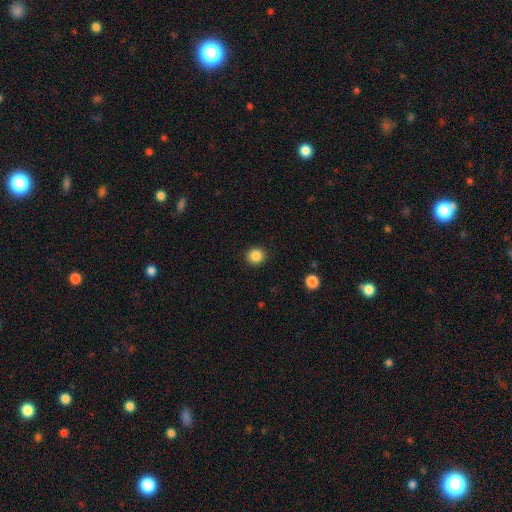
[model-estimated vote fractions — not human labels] A smooth galaxy with no disk features (87%) that is round (90%).

Vote fractions:
- Smooth or featured? smooth: 87% / star or artifact: 10% / featured or disk: 3%
- How rounded? round: 90% / in between: 9% / cigar-shaped: 1%
- Merging? none: 91% / minor disturbance: 6% / major disturbance: 2% / merger: 1%